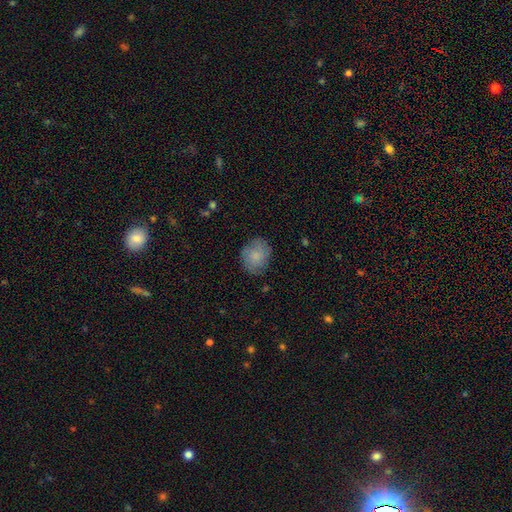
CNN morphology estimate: Smooth or featured?
  - smooth: 75% *
  - featured or disk: 18%
  - star or artifact: 7%
How rounded?
  - round: 60% *
  - in between: 39%
  - cigar-shaped: 1%
Merging?
  - none: 76% *
  - minor disturbance: 18%
  - major disturbance: 5%
  - merger: 1%